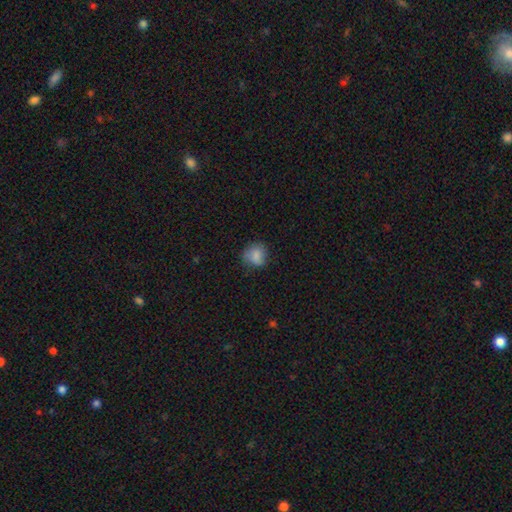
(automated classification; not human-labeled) Smooth or featured? Predicted: smooth (p=0.82). How rounded? Predicted: round (p=0.72). Merging? Predicted: none (p=0.69).